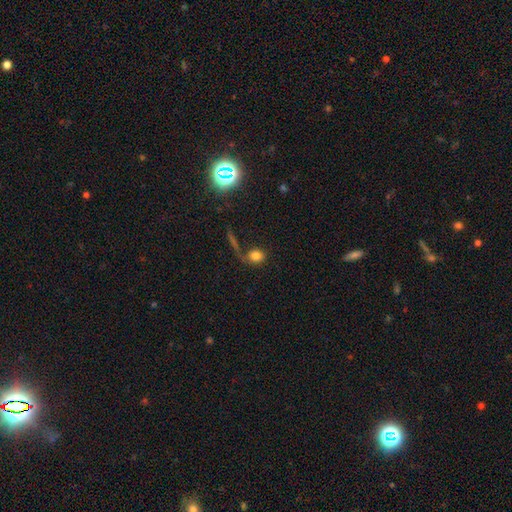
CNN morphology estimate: This is likely a smooth galaxy (76%). How rounded: likely round (62%). Merging: possibly none (55%).